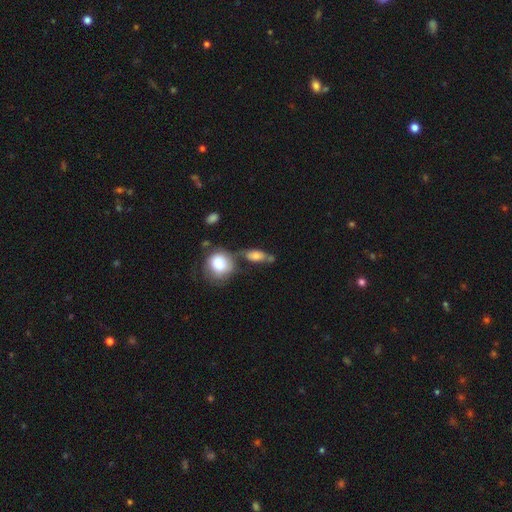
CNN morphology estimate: A smooth galaxy with no disk features (68%) that is in between round and cigar-shaped (70%). Merging: none (47%).